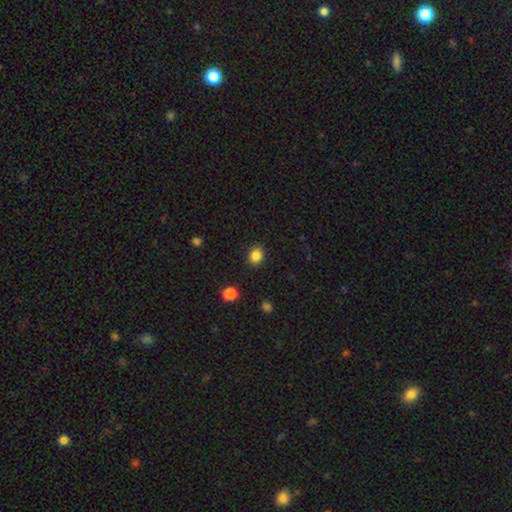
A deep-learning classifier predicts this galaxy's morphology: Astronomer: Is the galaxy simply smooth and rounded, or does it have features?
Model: smooth — 85%.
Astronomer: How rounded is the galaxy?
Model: round — 66%.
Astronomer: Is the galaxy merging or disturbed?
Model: none — 89%.